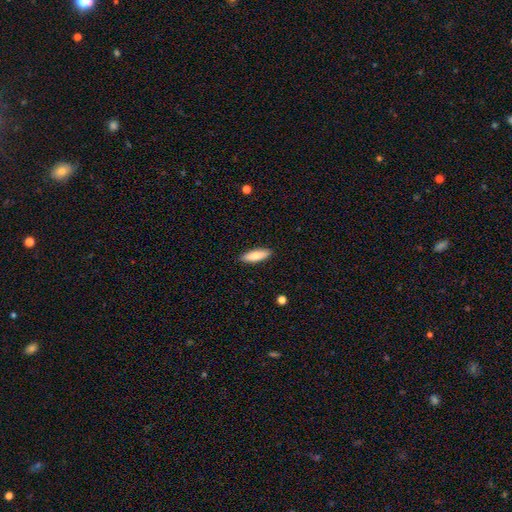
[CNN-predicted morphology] Smooth or featured: smooth — 80% (featured or disk — 14%)
How rounded: cigar-shaped — 49% (tied with in between — 49%)
Merging: none — 90% (minor disturbance — 7%)